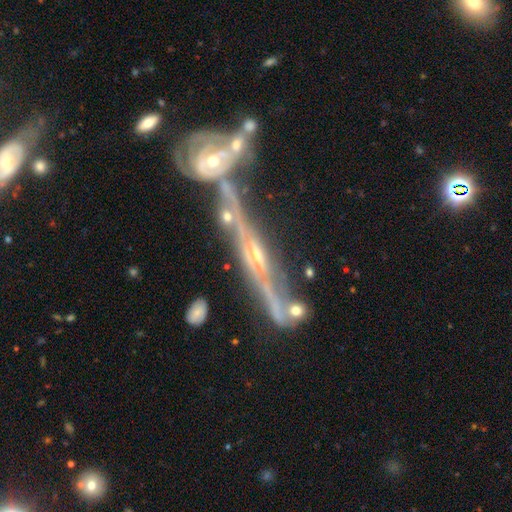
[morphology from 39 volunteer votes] Smooth or featured? 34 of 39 (87%) said featured or disk. Edge-on disk? 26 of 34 (76%) said yes. Edge-on bulge? 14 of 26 (54%) said rounded. Merging? 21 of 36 (58%) said merger.